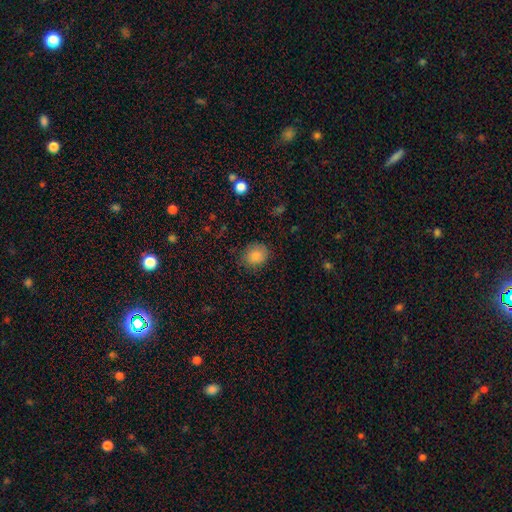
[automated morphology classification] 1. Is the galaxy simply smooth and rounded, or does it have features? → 85% smooth, 10% star or artifact, 5% featured or disk.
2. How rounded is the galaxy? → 64% round, 35% in between, 1% cigar-shaped.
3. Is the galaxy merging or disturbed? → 81% none, 14% minor disturbance, 4% major disturbance, 1% merger.